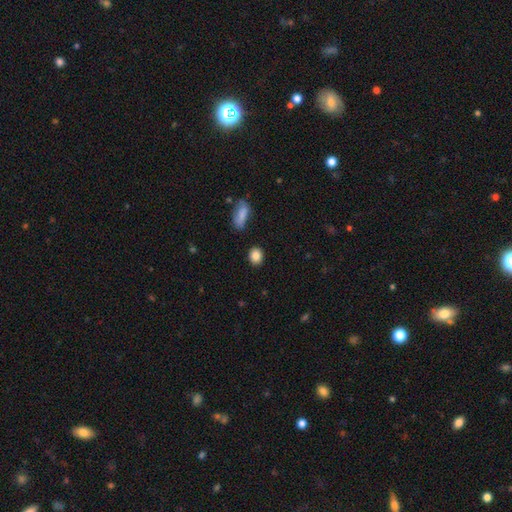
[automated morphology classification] This appears to be a smooth galaxy with no disk features (85%) that is round (60%). Merging: none (87%).